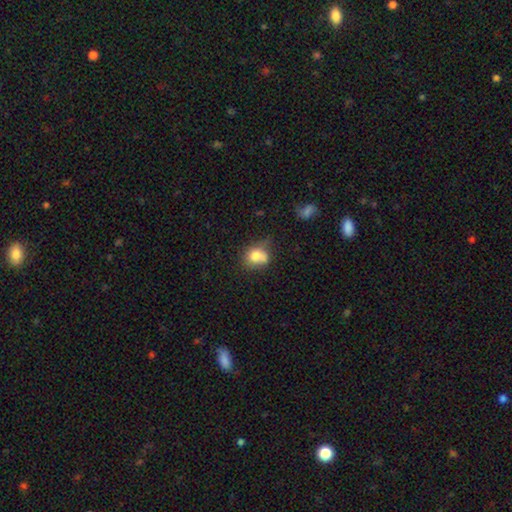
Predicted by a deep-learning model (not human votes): A smooth galaxy with no disk features (75%) that is round (60%). Merging: none (41%).